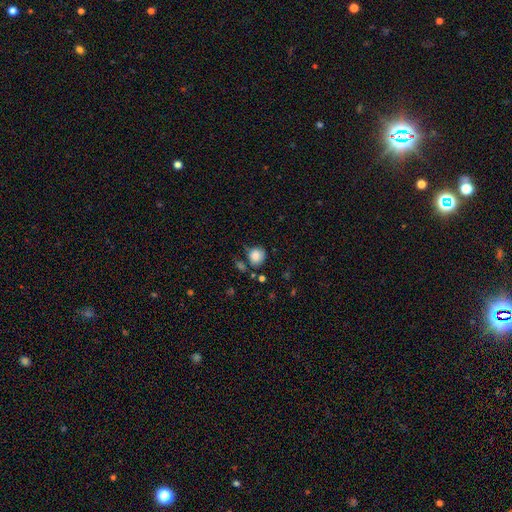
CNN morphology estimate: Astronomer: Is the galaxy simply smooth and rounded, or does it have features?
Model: smooth — 85%.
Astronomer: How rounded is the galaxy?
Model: round — 82%.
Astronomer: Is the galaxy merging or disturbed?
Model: none — 67%.